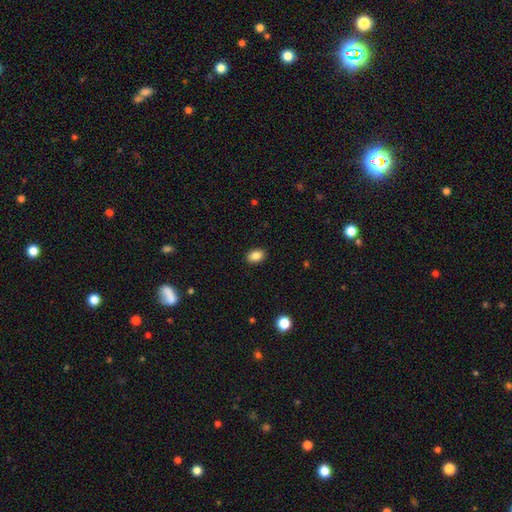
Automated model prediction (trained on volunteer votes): A smooth galaxy with no disk features (86%) that is in between round and cigar-shaped (82%).

Vote fractions:
- Smooth or featured? smooth: 86% / star or artifact: 9% / featured or disk: 5%
- How rounded? in between: 82% / round: 17% / cigar-shaped: 1%
- Merging? none: 90% / minor disturbance: 7% / major disturbance: 2% / merger: 1%